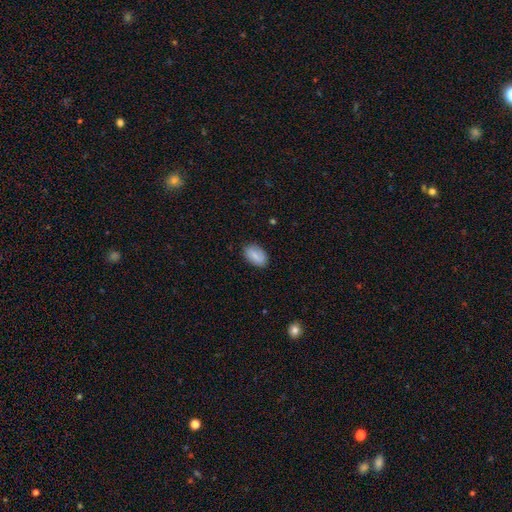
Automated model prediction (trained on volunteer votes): smooth_or_featured: smooth (p=0.86) [alt: featured or disk p=0.07]
how_rounded: in between (p=0.92) [alt: round p=0.06]
merging: none (p=0.86) [alt: minor disturbance p=0.11]